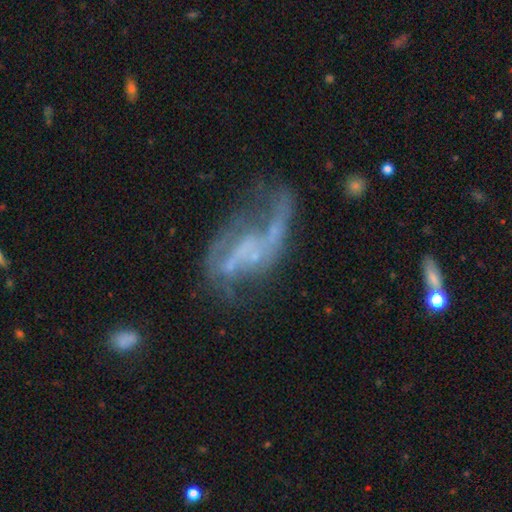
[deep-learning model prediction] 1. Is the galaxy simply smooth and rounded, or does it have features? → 78% featured or disk, 13% smooth, 9% star or artifact.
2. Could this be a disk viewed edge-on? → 96% no, 4% yes.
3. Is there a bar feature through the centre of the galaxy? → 52% no, 32% weak, 16% strong.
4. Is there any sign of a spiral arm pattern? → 69% yes, 31% no.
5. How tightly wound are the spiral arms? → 69% loose, 23% medium, 8% tight.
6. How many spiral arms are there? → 73% 2, 11% 1, 10% can't tell, 3% 3, 2% 4, 2% more than 4.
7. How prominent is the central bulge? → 52% none, 34% small, 11% moderate, 2% large, 1% dominant.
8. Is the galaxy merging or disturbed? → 38% major disturbance, 32% none, 19% minor disturbance, 11% merger.